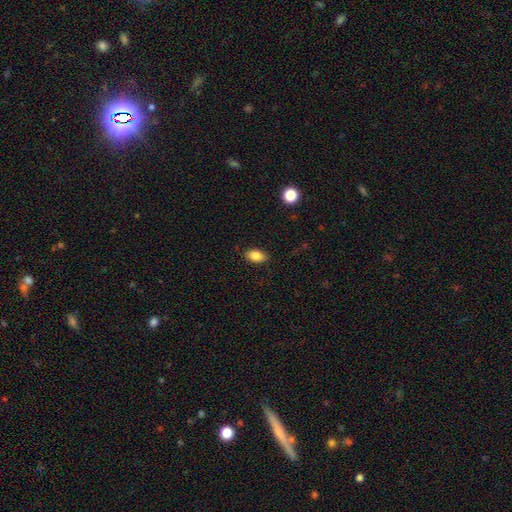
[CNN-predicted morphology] Q: Smooth or featured?
A: smooth (85%); runner-up: star or artifact (8%)
Q: How rounded?
A: in between (90%); runner-up: round (7%)
Q: Merging?
A: none (87%); runner-up: minor disturbance (10%)